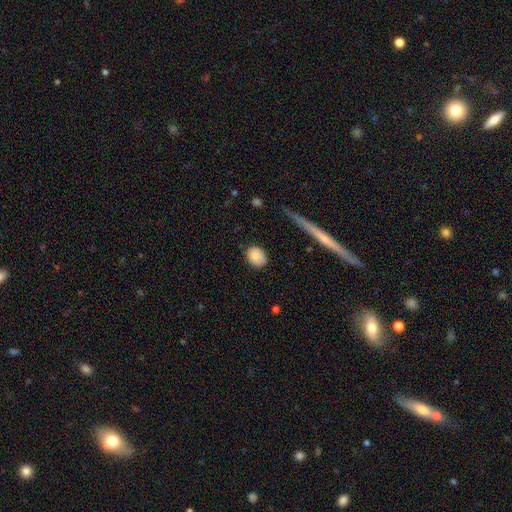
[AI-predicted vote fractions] Smooth or featured: smooth — 86% (star or artifact — 8%)
How rounded: round — 54% (in between — 44%)
Merging: none — 82% (minor disturbance — 13%)